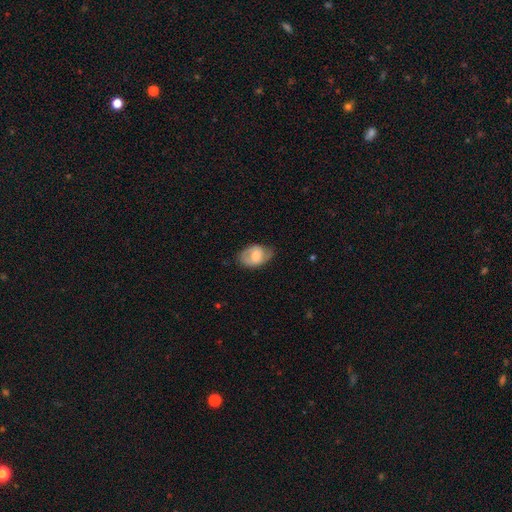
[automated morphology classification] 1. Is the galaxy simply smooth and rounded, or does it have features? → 55% smooth, 39% featured or disk, 6% star or artifact.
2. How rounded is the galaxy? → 83% in between, 15% round, 1% cigar-shaped.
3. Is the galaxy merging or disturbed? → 59% none, 30% minor disturbance, 9% major disturbance, 1% merger.